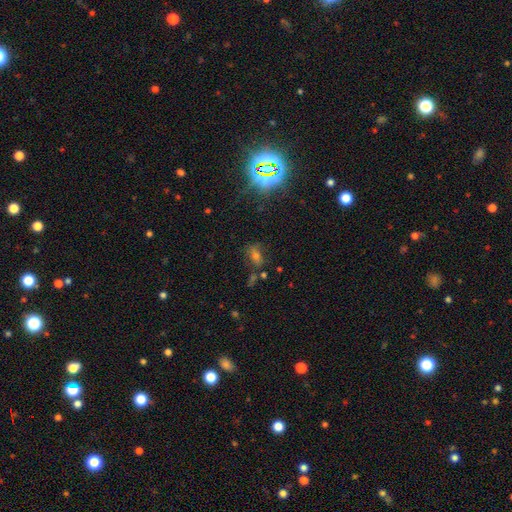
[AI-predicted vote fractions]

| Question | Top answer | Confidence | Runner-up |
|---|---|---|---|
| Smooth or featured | star or artifact | 41% | smooth (40%) |